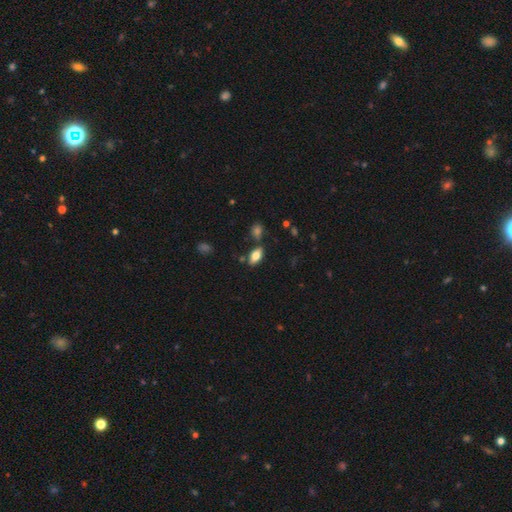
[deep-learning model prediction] Smooth or featured: smooth — 78% (featured or disk — 14%)
How rounded: in between — 90% (cigar-shaped — 6%)
Merging: none — 76% (minor disturbance — 13%)